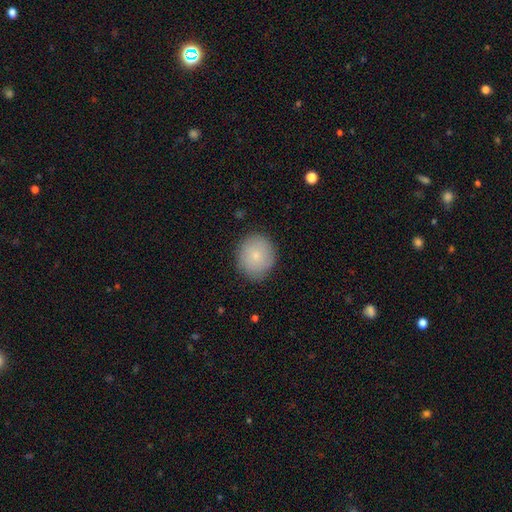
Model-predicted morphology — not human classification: smooth_or_featured: smooth (p=0.78) [alt: featured or disk p=0.14]
how_rounded: round (p=0.80) [alt: in between p=0.19]
merging: none (p=0.84) [alt: minor disturbance p=0.13]